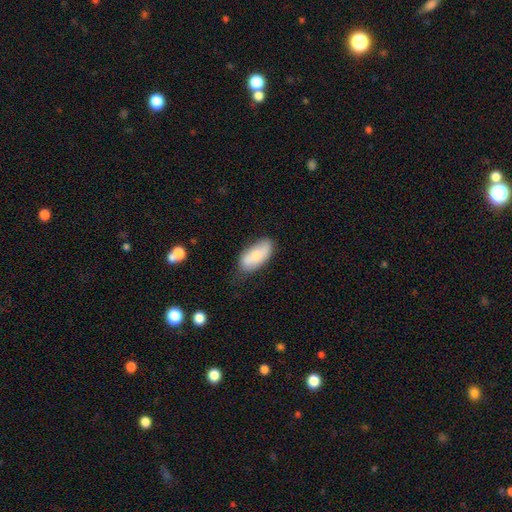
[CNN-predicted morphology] This appears to be a smooth galaxy with no disk features (71%) that is in between round and cigar-shaped (91%). Merging: none (68%).